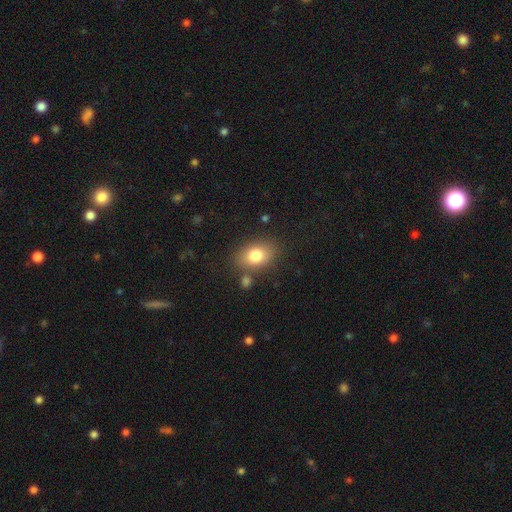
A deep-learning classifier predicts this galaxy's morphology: Smooth or featured: smooth — 79% (featured or disk — 12%)
How rounded: in between — 79% (round — 19%)
Merging: none — 77% (minor disturbance — 13%)